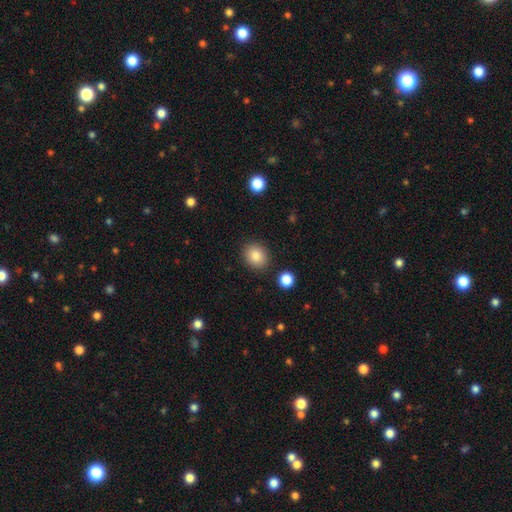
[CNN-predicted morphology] Smooth or featured: smooth — 85% (star or artifact — 9%)
How rounded: round — 66% (in between — 33%)
Merging: none — 88% (minor disturbance — 8%)